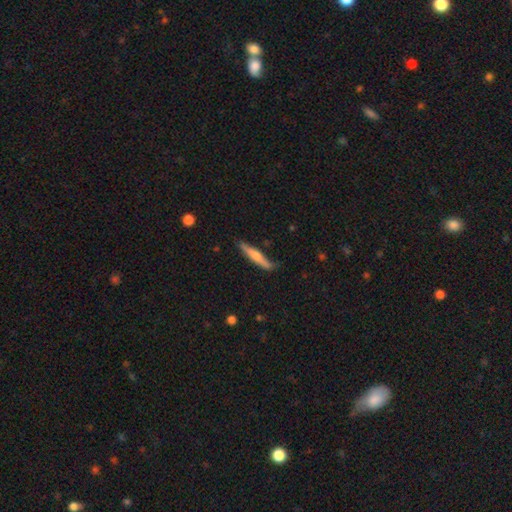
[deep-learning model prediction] This is possibly a smooth galaxy (53%). How rounded: clearly cigar-shaped (91%). Merging: likely none (78%).